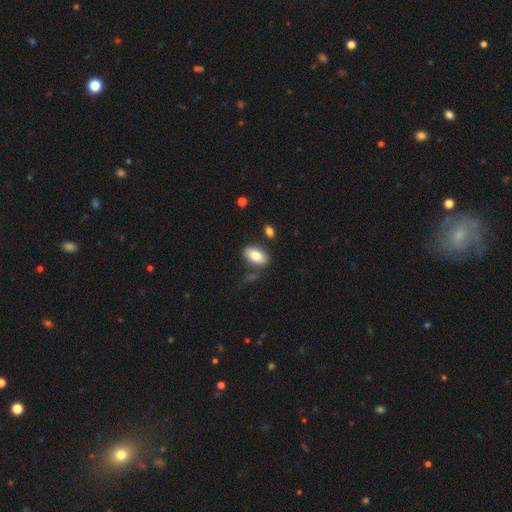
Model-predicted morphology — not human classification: Smooth or featured: smooth — 80% (featured or disk — 13%)
How rounded: in between — 93% (round — 4%)
Merging: none — 78% (minor disturbance — 12%)